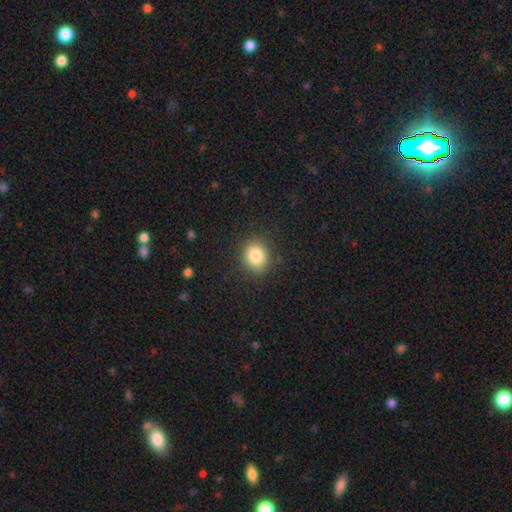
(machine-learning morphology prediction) Overall: smooth (84%). How rounded: round (70%). Merging: none (88%).